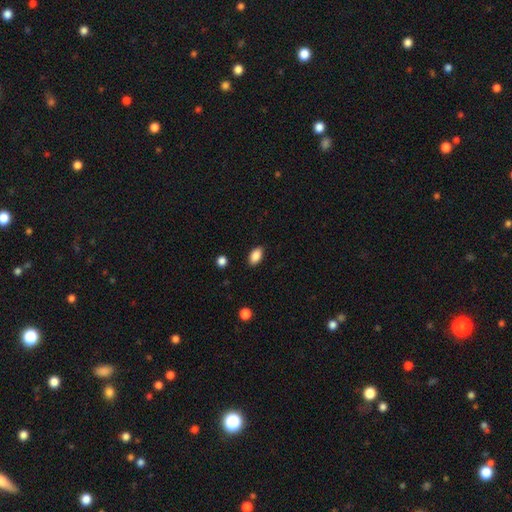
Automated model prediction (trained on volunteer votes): Smooth or featured?
  - smooth: 88% *
  - star or artifact: 8%
  - featured or disk: 4%
How rounded?
  - in between: 91% *
  - round: 6%
  - cigar-shaped: 3%
Merging?
  - none: 87% *
  - minor disturbance: 9%
  - major disturbance: 2%
  - merger: 1%